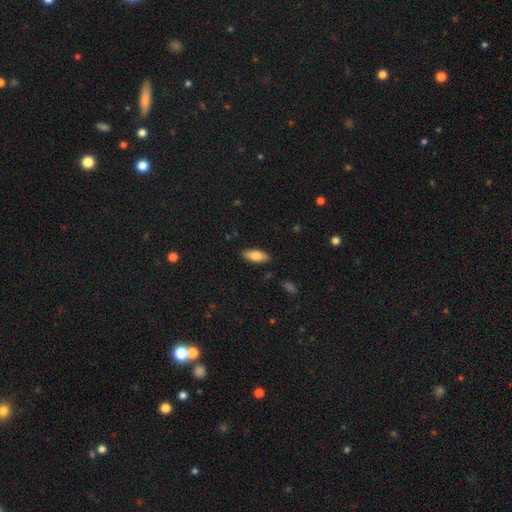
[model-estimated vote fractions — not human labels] Q: Smooth or featured?
A: smooth (78%); runner-up: featured or disk (16%)
Q: How rounded?
A: in between (76%); runner-up: cigar-shaped (22%)
Q: Merging?
A: none (87%); runner-up: minor disturbance (10%)